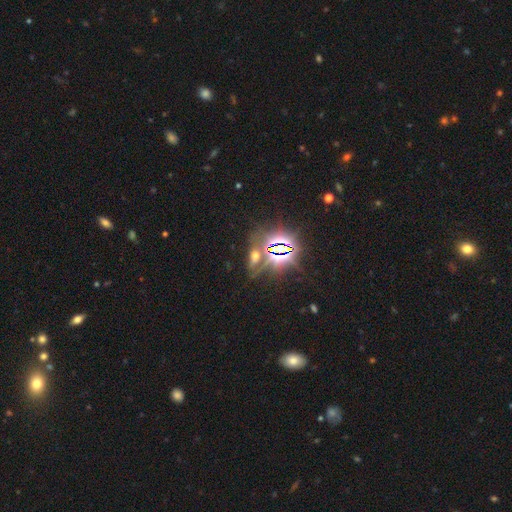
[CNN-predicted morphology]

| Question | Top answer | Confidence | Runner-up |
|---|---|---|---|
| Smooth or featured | star or artifact | 61% | smooth (26%) |